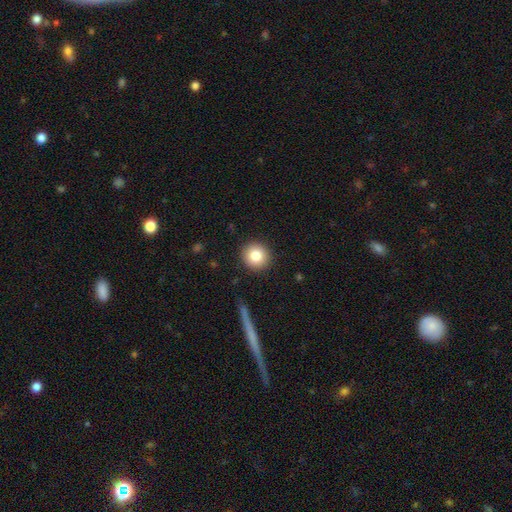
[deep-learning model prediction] Q: Smooth or featured?
A: smooth (83%); runner-up: star or artifact (9%)
Q: How rounded?
A: round (92%); runner-up: in between (7%)
Q: Merging?
A: none (91%); runner-up: minor disturbance (6%)